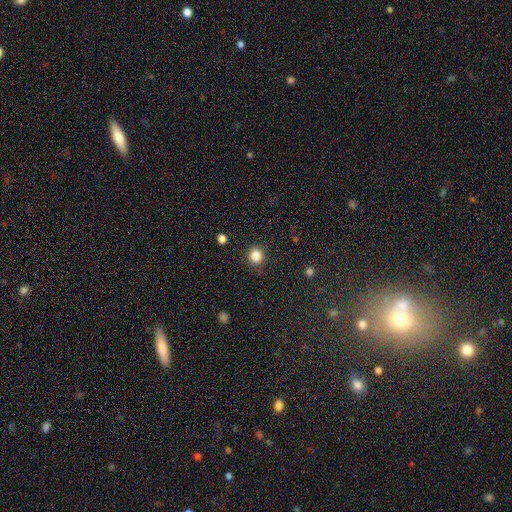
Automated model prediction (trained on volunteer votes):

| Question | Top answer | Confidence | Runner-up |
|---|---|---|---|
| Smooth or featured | smooth | 84% | star or artifact (12%) |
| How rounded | round | 90% | in between (10%) |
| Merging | none | 88% | minor disturbance (8%) |